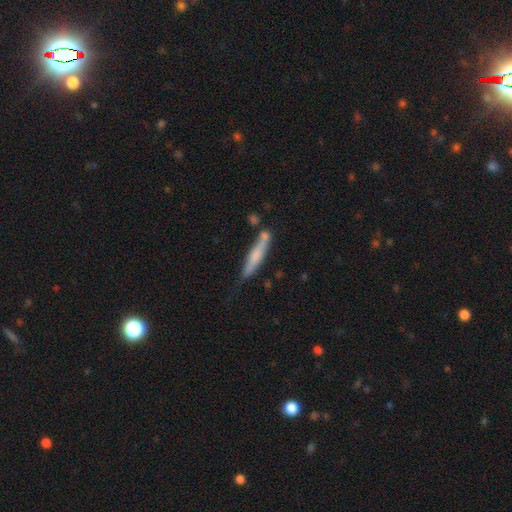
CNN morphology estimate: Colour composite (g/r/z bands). It shows a smooth galaxy with no disk features (56%) that is cigar-shaped (91%). Merging: none (62%).